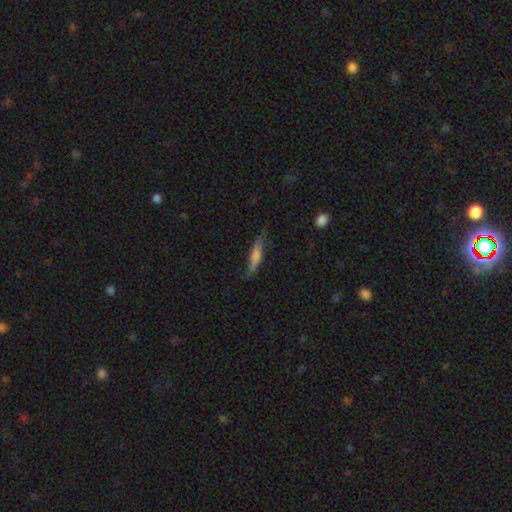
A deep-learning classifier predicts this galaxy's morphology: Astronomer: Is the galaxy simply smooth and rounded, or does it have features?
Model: smooth — 56% (runner-up: featured or disk, 36%).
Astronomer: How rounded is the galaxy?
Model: cigar-shaped — 81%.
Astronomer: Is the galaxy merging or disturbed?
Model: none — 72%.